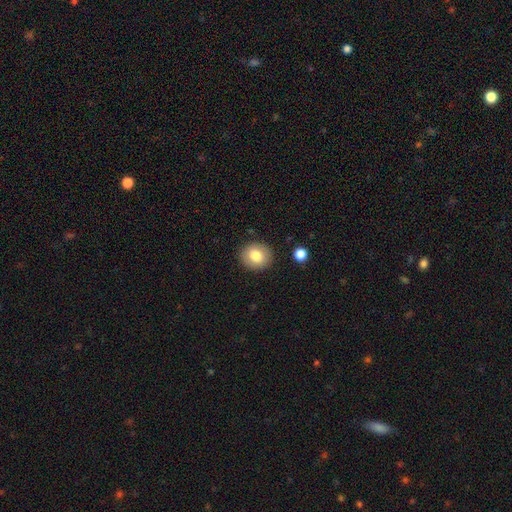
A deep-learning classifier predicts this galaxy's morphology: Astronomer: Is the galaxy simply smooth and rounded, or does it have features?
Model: smooth — 80%.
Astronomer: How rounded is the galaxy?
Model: round — 75%.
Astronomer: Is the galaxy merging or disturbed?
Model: none — 88%.